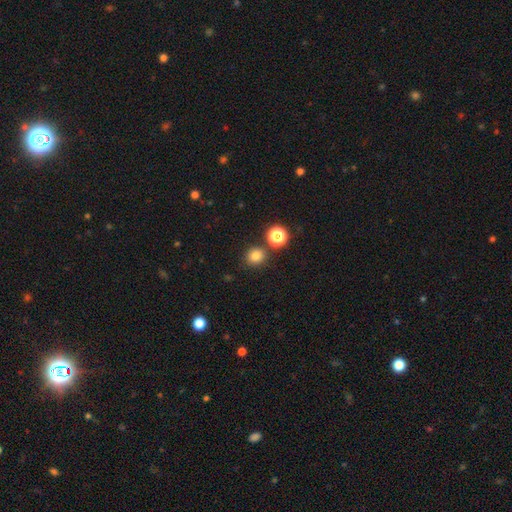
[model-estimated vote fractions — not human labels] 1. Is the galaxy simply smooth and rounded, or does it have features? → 80% smooth, 14% star or artifact, 5% featured or disk.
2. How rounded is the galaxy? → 84% round, 15% in between, 1% cigar-shaped.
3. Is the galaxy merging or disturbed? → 80% none, 10% merger, 8% minor disturbance, 3% major disturbance.